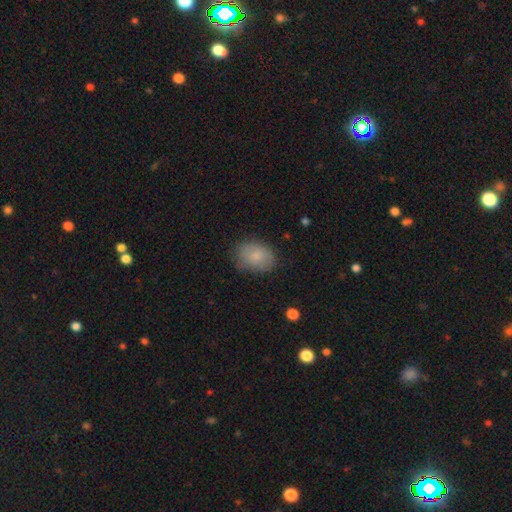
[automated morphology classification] This appears to be a smooth galaxy with no disk features (82%) that is in between round and cigar-shaped (71%). Merging: none (77%).